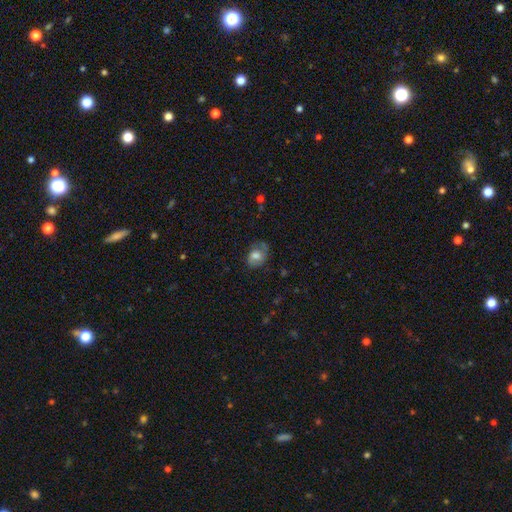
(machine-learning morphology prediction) Smooth or featured?
  - smooth: 55% *
  - featured or disk: 36%
  - star or artifact: 9%
How rounded?
  - in between: 58% *
  - round: 41%
  - cigar-shaped: 1%
Merging?
  - none: 56% *
  - minor disturbance: 27%
  - major disturbance: 15%
  - merger: 2%